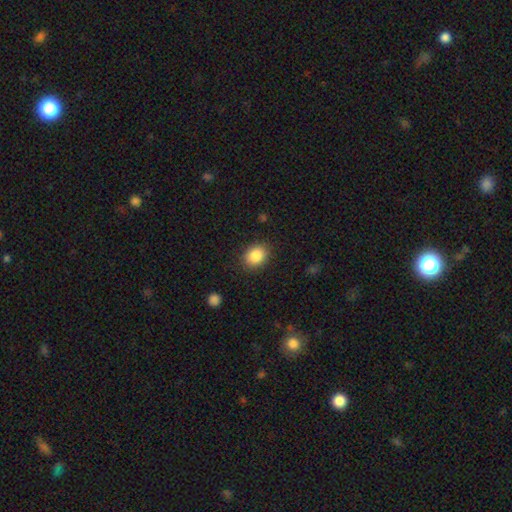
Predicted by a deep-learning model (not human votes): This appears to be a smooth galaxy with no disk features (86%) that is round (51%). Merging: none (86%).